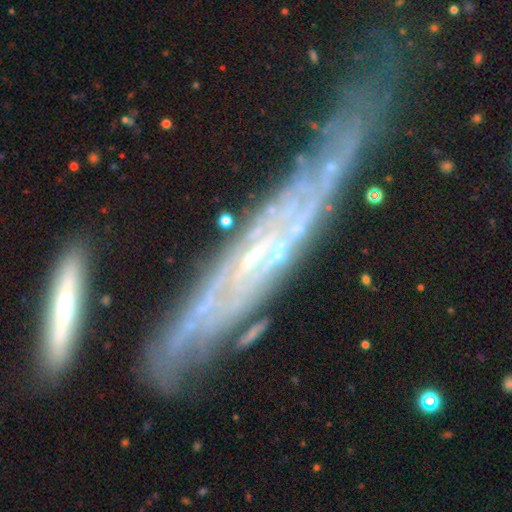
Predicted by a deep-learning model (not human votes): Overall: featured or disk (77%). Edge-on disk: yes (57%; no 43%). Merging: none (67%).